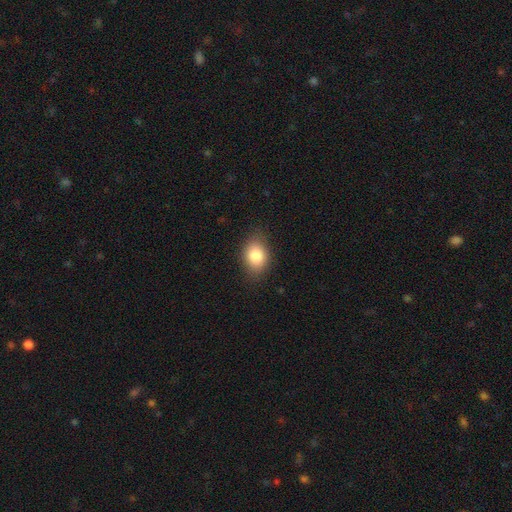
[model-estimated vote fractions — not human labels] This appears to be a smooth galaxy with no disk features (84%) that is in between round and cigar-shaped (73%). Merging: none (82%).